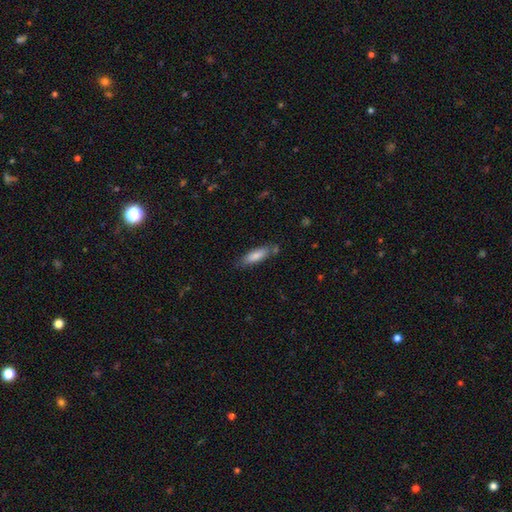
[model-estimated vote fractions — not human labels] Smooth or featured?
  - smooth: 79% *
  - featured or disk: 14%
  - star or artifact: 6%
How rounded?
  - cigar-shaped: 56% *
  - in between: 43%
  - round: 2%
Merging?
  - none: 73% *
  - minor disturbance: 17%
  - merger: 6%
  - major disturbance: 4%